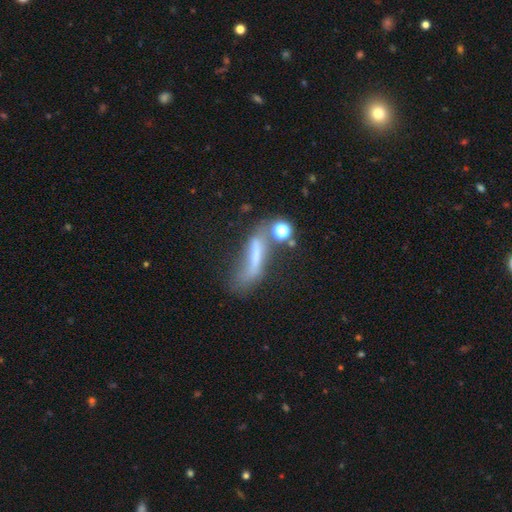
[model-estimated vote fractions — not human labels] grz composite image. It shows a featured or disk galaxy (45%). Merging: none (30%, tied with major disturbance).